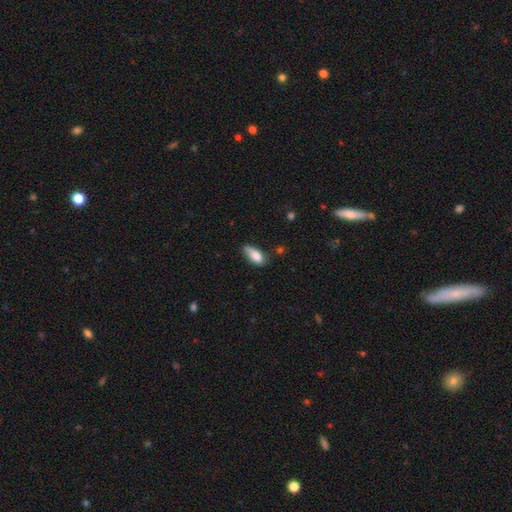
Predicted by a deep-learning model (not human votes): This is clearly a smooth galaxy (81%). How rounded: clearly in between (85%). Merging: possibly none (50%).